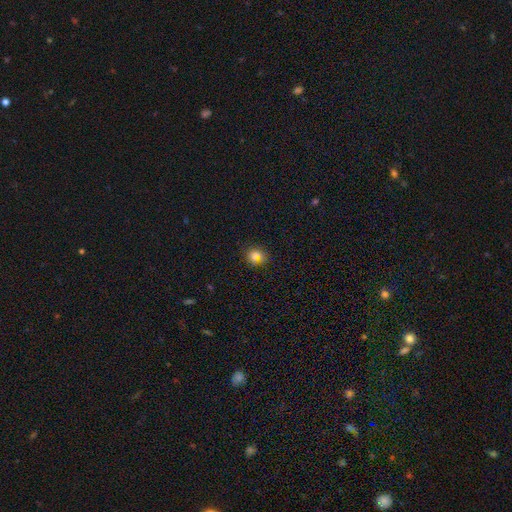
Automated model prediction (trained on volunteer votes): smooth 64%, star or artifact 27%, featured or disk 9%. Down the decision tree: how rounded — round (81%); merging — none (77%).